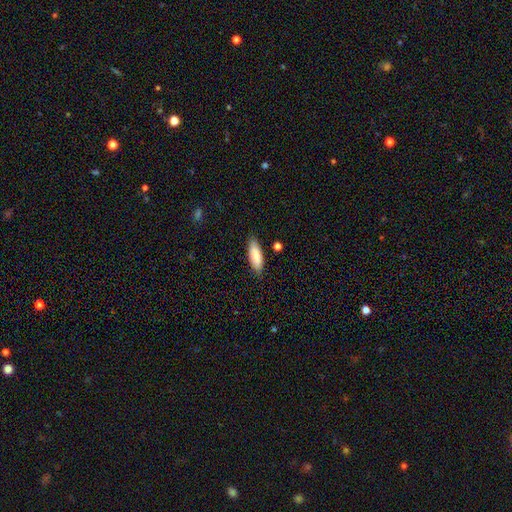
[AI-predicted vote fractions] smooth_or_featured: smooth (p=0.82) [alt: featured or disk p=0.12]
how_rounded: in between (p=0.67) [alt: cigar-shaped p=0.32]
merging: none (p=0.83) [alt: minor disturbance p=0.13]